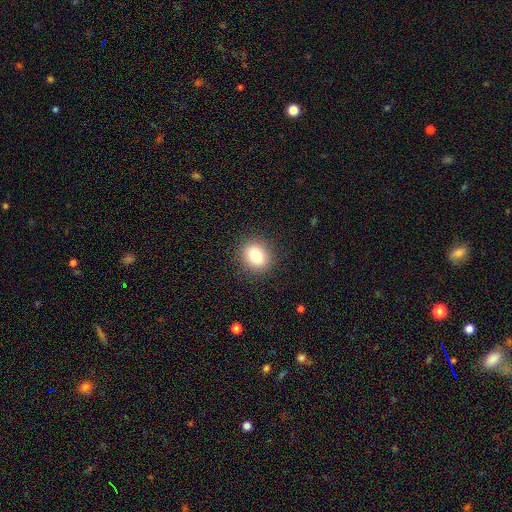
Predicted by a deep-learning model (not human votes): Smooth or featured?
  - smooth: 82% *
  - star or artifact: 10%
  - featured or disk: 8%
How rounded?
  - round: 69% *
  - in between: 30%
  - cigar-shaped: 1%
Merging?
  - none: 89% *
  - minor disturbance: 7%
  - major disturbance: 3%
  - merger: 1%